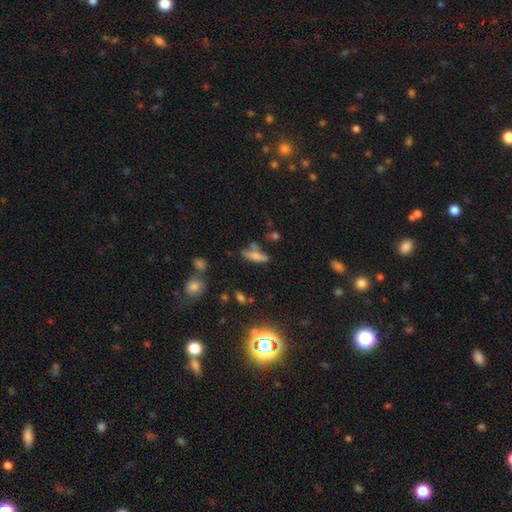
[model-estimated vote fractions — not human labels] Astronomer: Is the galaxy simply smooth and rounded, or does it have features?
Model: smooth — 61%.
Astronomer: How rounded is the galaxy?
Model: cigar-shaped — 52% (runner-up: in between, 44%).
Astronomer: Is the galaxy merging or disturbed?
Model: none — 49%.